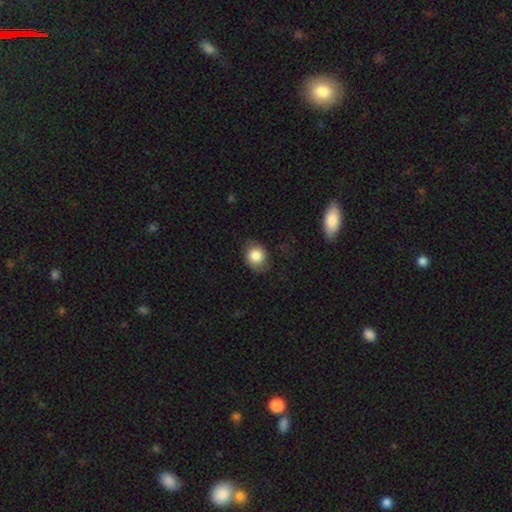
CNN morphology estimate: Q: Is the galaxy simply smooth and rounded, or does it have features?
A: smooth — 82%.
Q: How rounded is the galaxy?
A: round — 56%.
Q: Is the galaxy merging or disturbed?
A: none — 72%.